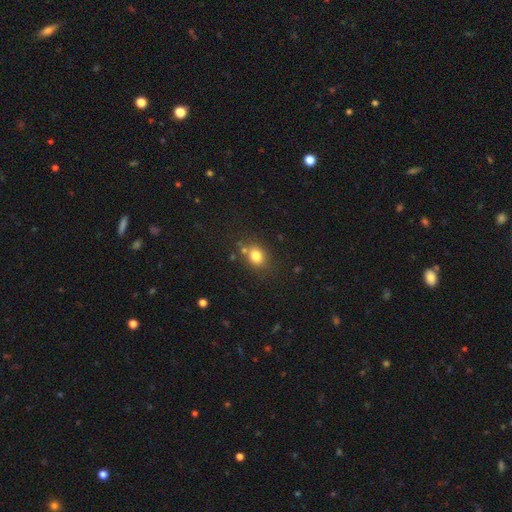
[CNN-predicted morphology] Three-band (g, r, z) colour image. It shows a smooth galaxy with no disk features (80%) that is round (55%). Merging: none (73%).